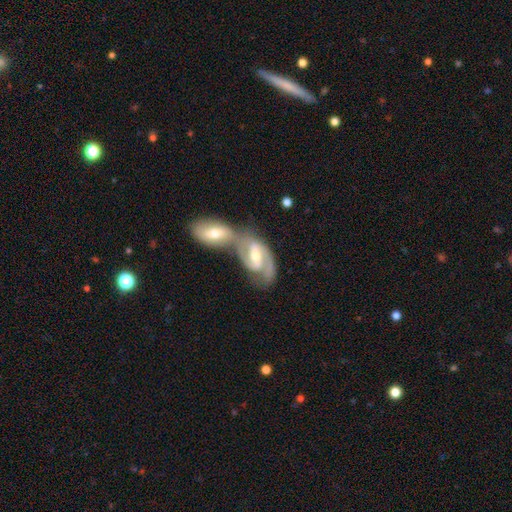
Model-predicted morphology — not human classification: The model was most divided on "bar": weak: 45%, strong: 39%, no: 16%. More confident: edge-on disk — no (96%); spiral arms — yes (94%); spiral arm count — 2 (85%); smooth or featured — featured or disk (85%); merging — merger (65%); bulge size — moderate (61%); spiral winding — medium (55%).